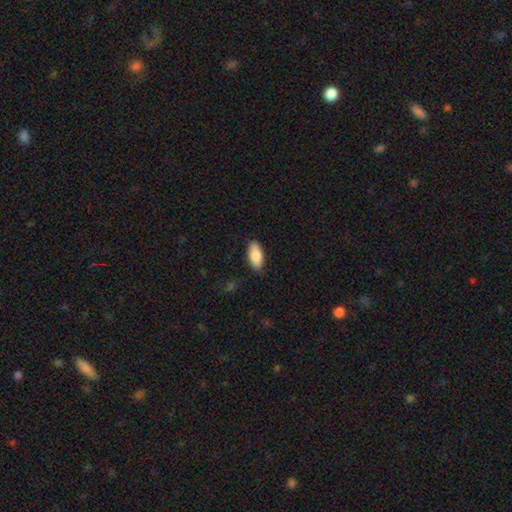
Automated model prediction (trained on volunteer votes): This appears to be a smooth galaxy with no disk features (84%) that is in between round and cigar-shaped (84%). Merging: none (87%).